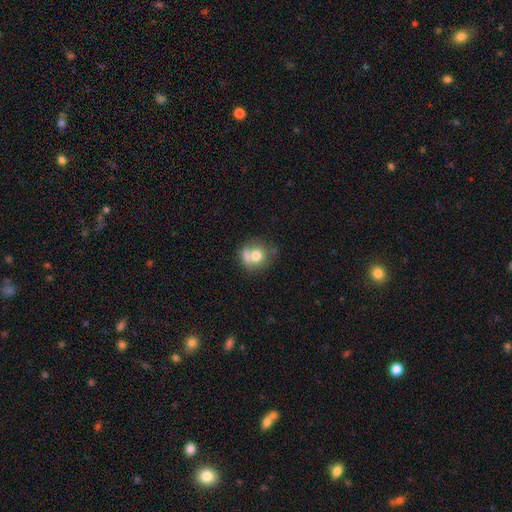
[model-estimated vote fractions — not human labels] Smooth or featured? Predicted: smooth (p=0.71). How rounded? Predicted: round (p=0.82). Merging? Predicted: none (p=0.44).